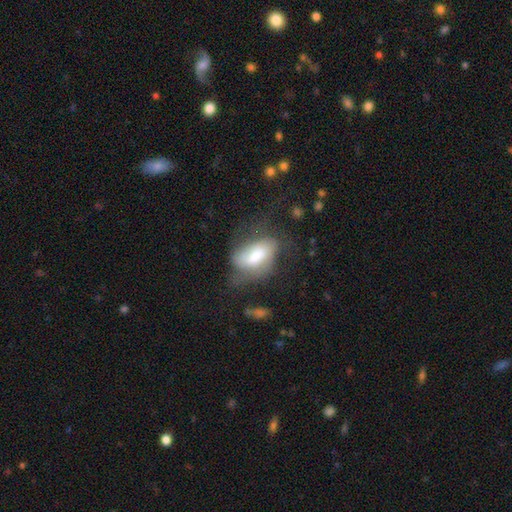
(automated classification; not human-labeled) This appears to be a smooth galaxy with no disk features (50%) that is in between round and cigar-shaped (88%). Merging: major disturbance (35%).